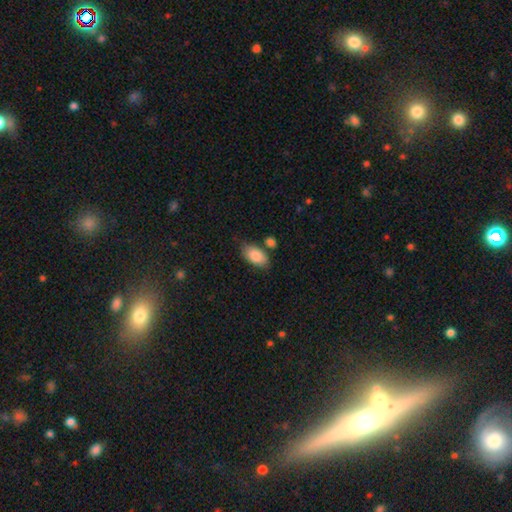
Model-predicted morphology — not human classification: Smooth or featured?
  - smooth: 88% *
  - star or artifact: 6%
  - featured or disk: 6%
How rounded?
  - in between: 94% *
  - round: 4%
  - cigar-shaped: 2%
Merging?
  - none: 70% *
  - minor disturbance: 16%
  - merger: 10%
  - major disturbance: 4%